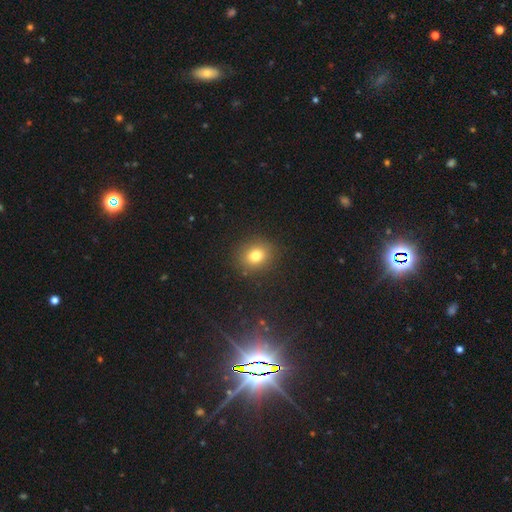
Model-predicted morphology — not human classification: smooth_or_featured: smooth (p=0.78) [alt: star or artifact p=0.13]
how_rounded: round (p=0.66) [alt: in between p=0.33]
merging: none (p=0.88) [alt: minor disturbance p=0.07]